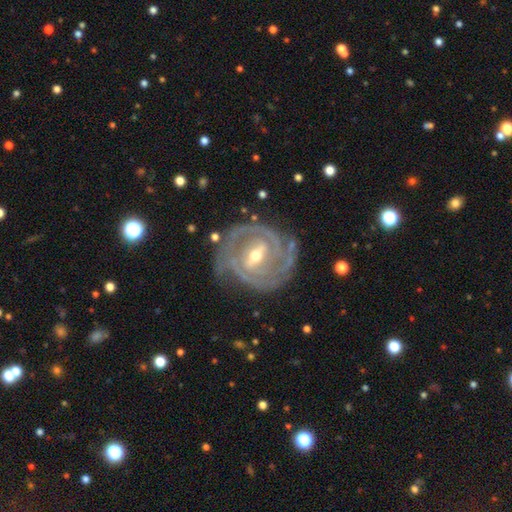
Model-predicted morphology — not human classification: featured or disk 91%, smooth 5%, star or artifact 4%. Down the decision tree: edge-on disk — no (96%); bar — strong (44%); spiral arms — yes (96%); spiral arm count — 2 (40%); spiral winding — tight (73%); bulge size — moderate (54%); merging — none (74%).